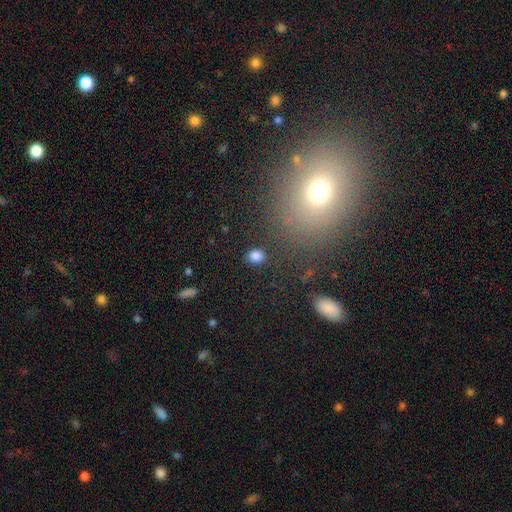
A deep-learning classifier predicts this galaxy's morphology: This is clearly a smooth galaxy (83%). How rounded: likely round (67%). Merging: clearly none (86%).